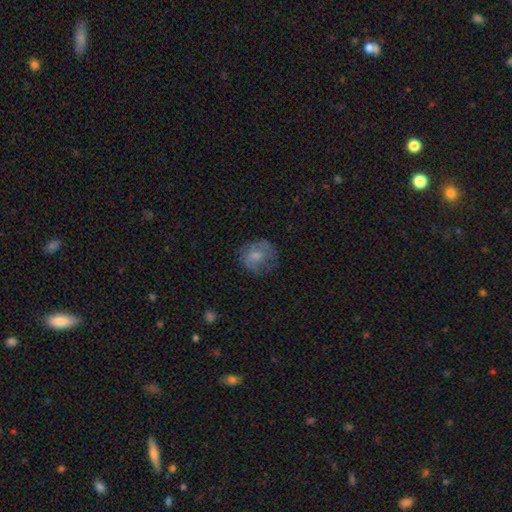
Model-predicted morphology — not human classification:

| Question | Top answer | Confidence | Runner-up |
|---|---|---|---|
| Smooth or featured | smooth | 62% | featured or disk (30%) |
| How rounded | round | 73% | in between (26%) |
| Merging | none | 60% | minor disturbance (24%) |